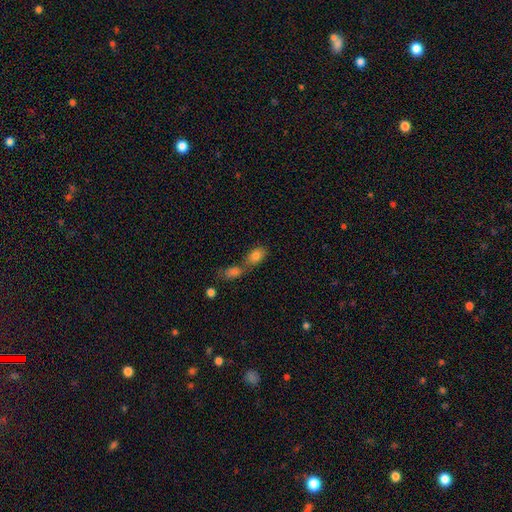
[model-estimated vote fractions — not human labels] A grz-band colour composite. It shows a smooth galaxy with no disk features (81%) that is in between round and cigar-shaped (84%). Merging: merger (54%).